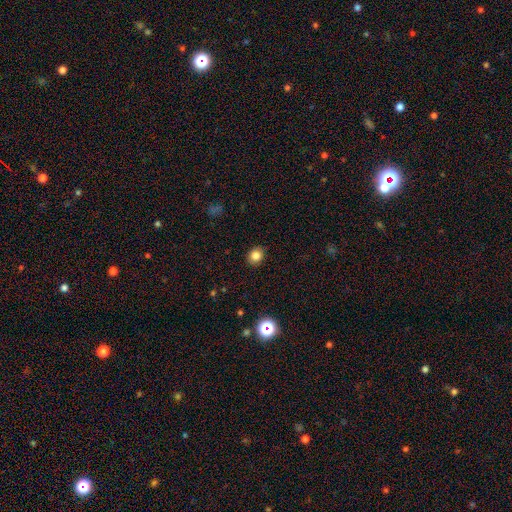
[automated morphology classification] smooth_or_featured: smooth (p=0.82) [alt: star or artifact p=0.12]
how_rounded: round (p=0.62) [alt: in between p=0.37]
merging: none (p=0.89) [alt: minor disturbance p=0.08]